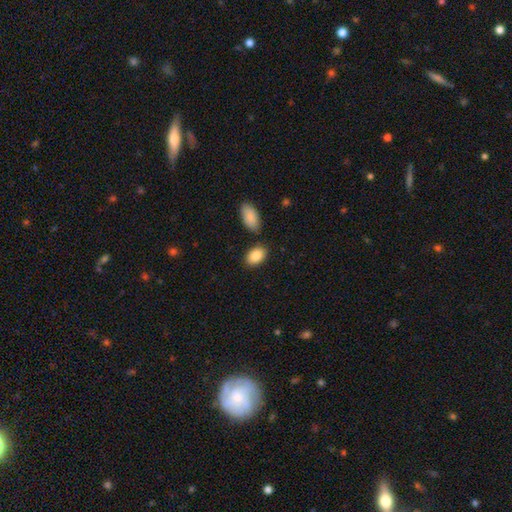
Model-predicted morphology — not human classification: Smooth or featured? smooth (88%)
How rounded? in between (90%)
Merging? none (79%)